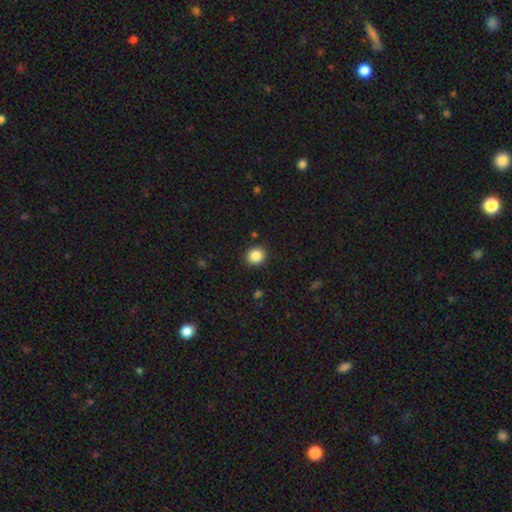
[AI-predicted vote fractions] Overall: smooth (86%). How rounded: round (85%). Merging: none (90%).